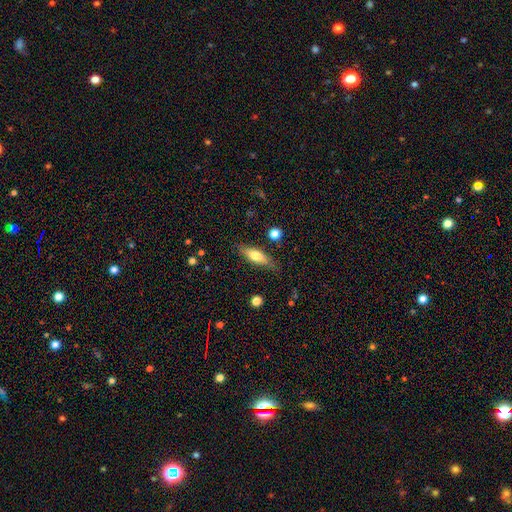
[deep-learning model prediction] Smooth or featured? Predicted: smooth (p=0.63). How rounded? Predicted: cigar-shaped (p=0.49). Merging? Predicted: none (p=0.78).